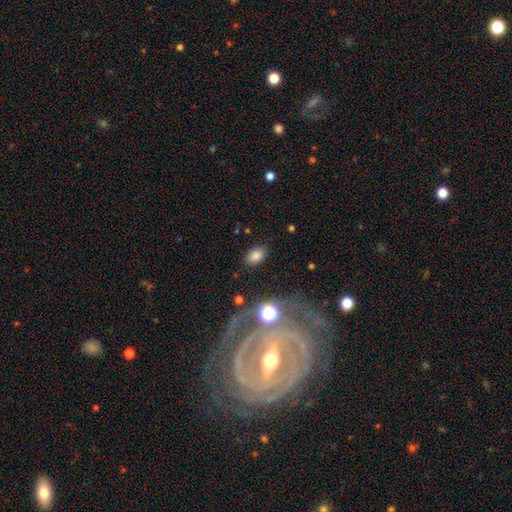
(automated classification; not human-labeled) The model was most divided on "how rounded": in between: 82%, round: 17%, cigar-shaped: 1%. More confident: merging — none (83%); smooth or featured — smooth (79%).